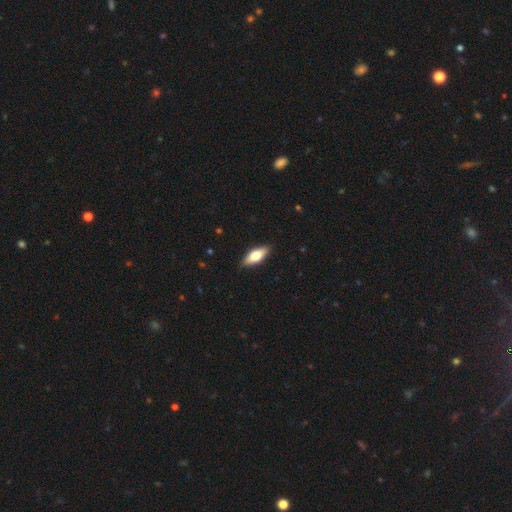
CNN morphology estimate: Smooth or featured?
  - smooth: 64% *
  - featured or disk: 30%
  - star or artifact: 6%
How rounded?
  - in between: 71% *
  - cigar-shaped: 26%
  - round: 3%
Merging?
  - none: 89% *
  - minor disturbance: 8%
  - major disturbance: 2%
  - merger: 1%